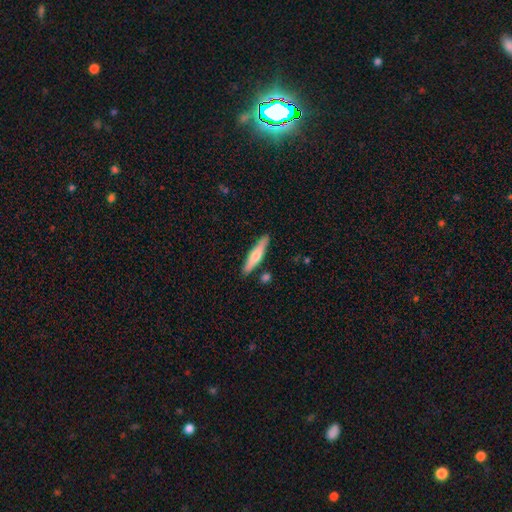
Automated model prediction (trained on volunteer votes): smooth 59%, featured or disk 36%, star or artifact 5%. Down the decision tree: how rounded — cigar-shaped (86%); merging — none (86%).